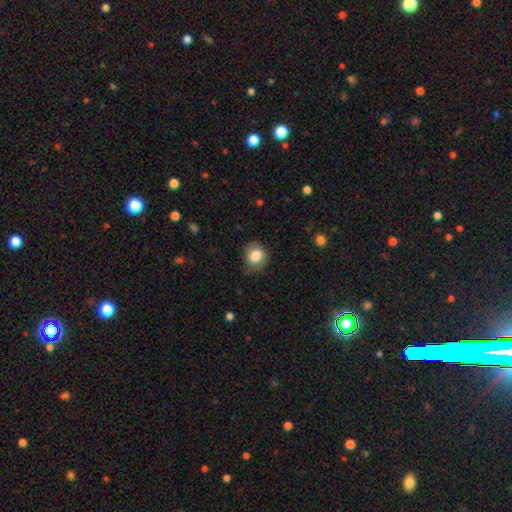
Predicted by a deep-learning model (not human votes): Smooth or featured? smooth (81%)
How rounded? round (66%)
Merging? none (71%)